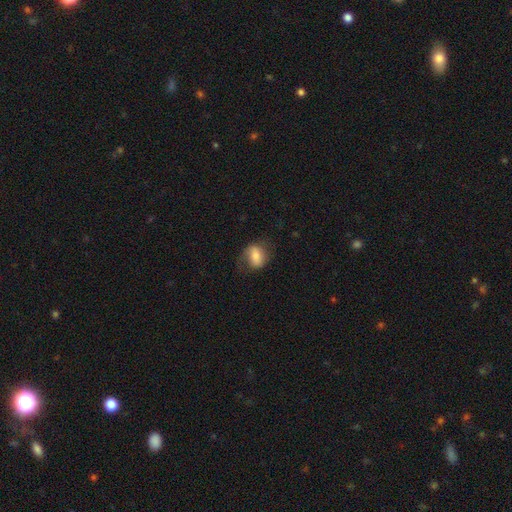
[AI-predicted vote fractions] This appears to be a smooth galaxy with no disk features (68%) that is in between round and cigar-shaped (68%). Merging: none (63%).